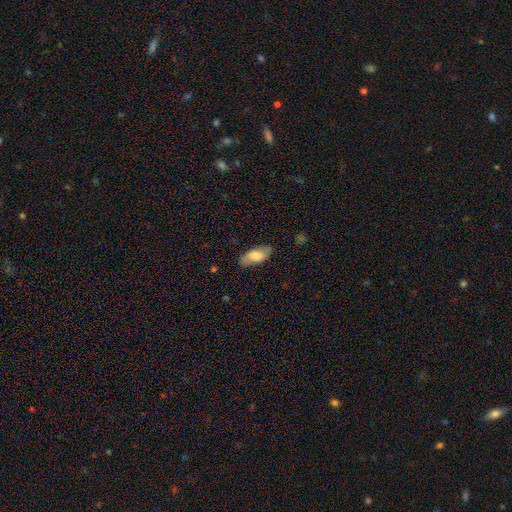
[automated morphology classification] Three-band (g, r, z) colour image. It shows a smooth galaxy with no disk features (61%) that is in between round and cigar-shaped (85%). Merging: none (81%).